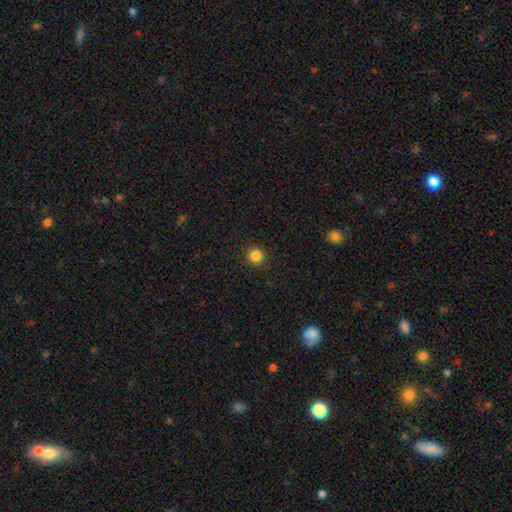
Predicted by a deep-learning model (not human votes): Smooth or featured?
  - smooth: 84% *
  - star or artifact: 12%
  - featured or disk: 4%
How rounded?
  - round: 94% *
  - in between: 5%
  - cigar-shaped: 1%
Merging?
  - none: 92% *
  - minor disturbance: 5%
  - major disturbance: 2%
  - merger: 1%